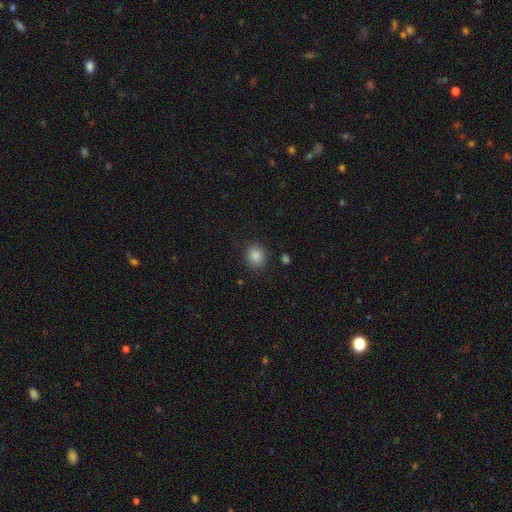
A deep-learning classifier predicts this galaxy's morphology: A smooth galaxy with no disk features (86%) that is round (78%).

Vote fractions:
- Smooth or featured? smooth: 86% / star or artifact: 10% / featured or disk: 4%
- How rounded? round: 78% / in between: 21% / cigar-shaped: 1%
- Merging? none: 87% / minor disturbance: 8% / major disturbance: 3% / merger: 2%